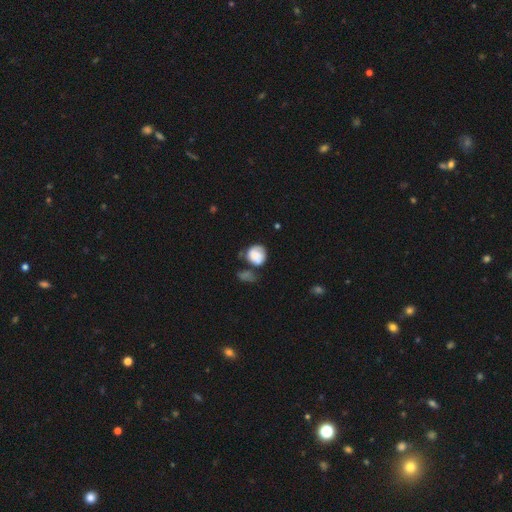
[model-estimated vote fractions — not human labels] smooth_or_featured: smooth (p=0.79) [alt: featured or disk p=0.13]
how_rounded: round (p=0.76) [alt: in between p=0.23]
merging: none (p=0.40) [alt: minor disturbance p=0.27]